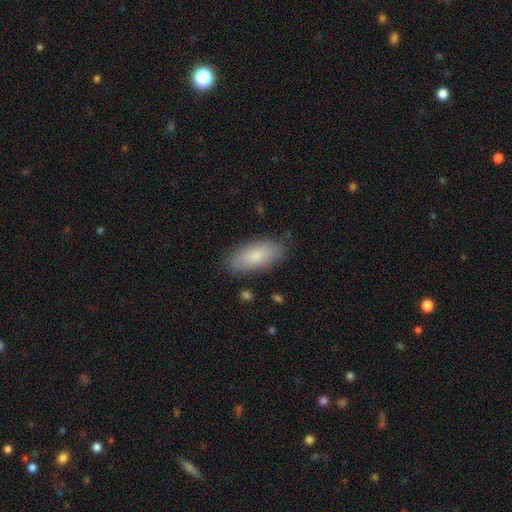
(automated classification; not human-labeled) This appears to be a smooth galaxy with no disk features (80%) that is in between round and cigar-shaped (88%). Merging: none (82%).